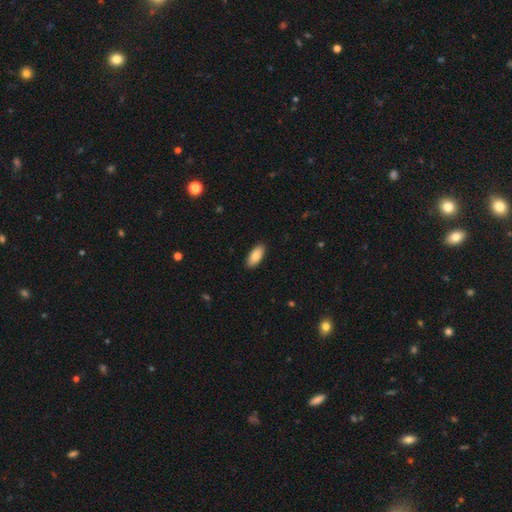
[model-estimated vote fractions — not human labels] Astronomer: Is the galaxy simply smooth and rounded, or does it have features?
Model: smooth — 86%.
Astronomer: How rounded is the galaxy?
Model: in between — 90%.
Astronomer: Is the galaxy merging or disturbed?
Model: none — 90%.